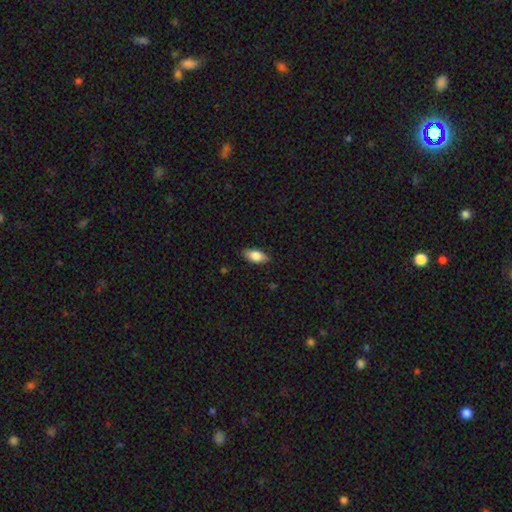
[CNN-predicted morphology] A smooth galaxy with no disk features (82%) that is in between round and cigar-shaped (88%). Merging: none (85%).